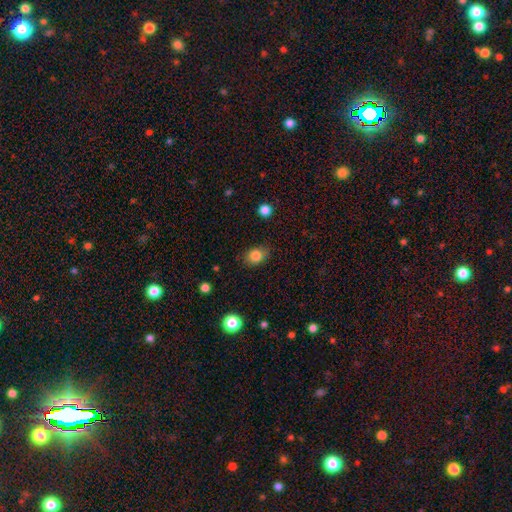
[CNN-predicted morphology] A smooth galaxy with no disk features (84%) that is in between round and cigar-shaped (63%).

Vote fractions:
- Smooth or featured? smooth: 84% / star or artifact: 10% / featured or disk: 7%
- How rounded? in between: 63% / round: 36% / cigar-shaped: 1%
- Merging? none: 81% / minor disturbance: 15% / major disturbance: 3% / merger: 1%